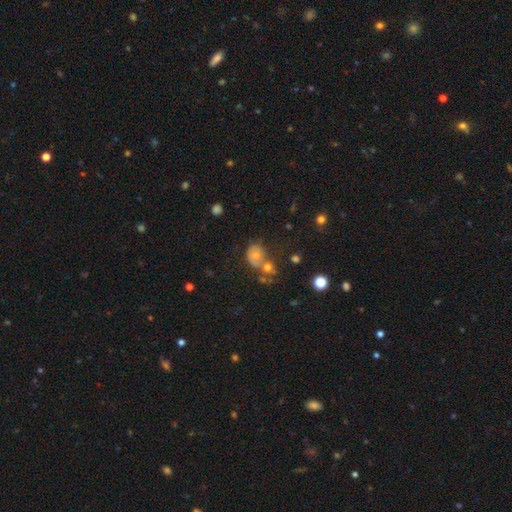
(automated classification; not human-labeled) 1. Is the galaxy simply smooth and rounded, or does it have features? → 45% smooth, 32% featured or disk, 23% star or artifact.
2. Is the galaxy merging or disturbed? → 43% none, 30% merger, 16% minor disturbance, 11% major disturbance.